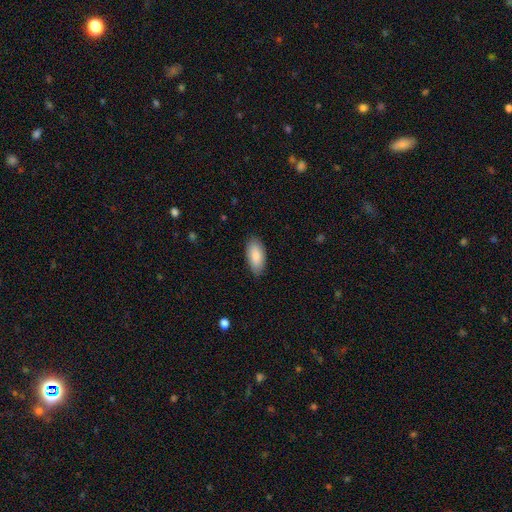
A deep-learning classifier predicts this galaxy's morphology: The model was most divided on "merging": none: 84%, minor disturbance: 13%, major disturbance: 2%, merger: 1%. More confident: how rounded — in between (91%); smooth or featured — smooth (88%).